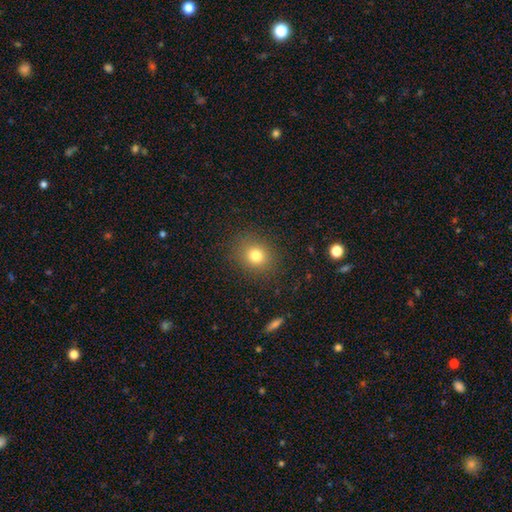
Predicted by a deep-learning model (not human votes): Q: Smooth or featured?
A: smooth (79%); runner-up: star or artifact (14%)
Q: How rounded?
A: round (75%); runner-up: in between (24%)
Q: Merging?
A: none (88%); runner-up: minor disturbance (8%)